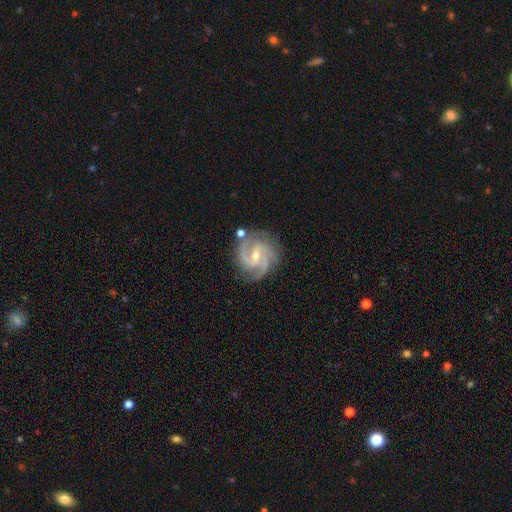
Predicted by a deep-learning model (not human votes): Smooth or featured: featured or disk — 92% (star or artifact — 5%)
Edge-on disk: no — 98% (yes — 2%)
Bar: weak — 45% (no — 36%)
Spiral arms: yes — 98% (no — 2%)
Spiral winding: medium — 48% (tight — 45%)
Spiral arm count: 3 — 51% (2 — 25%)
Bulge size: small — 58% (moderate — 40%)
Merging: none — 77% (minor disturbance — 15%)